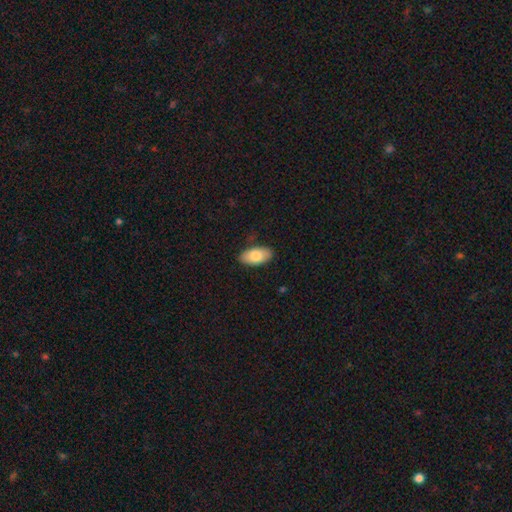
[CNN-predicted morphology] Overall: smooth (81%). How rounded: in between (94%). Merging: none (85%).